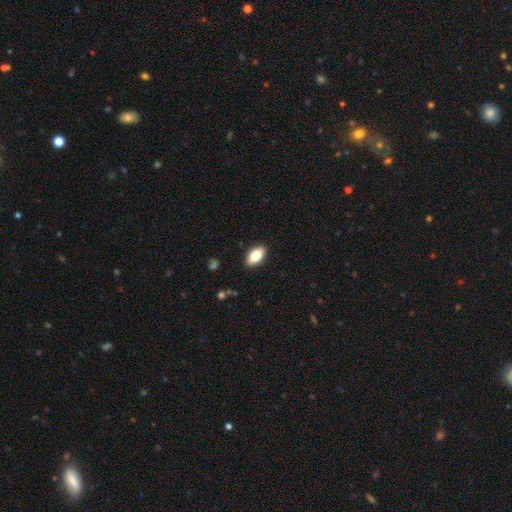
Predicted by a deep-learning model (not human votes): Q: Smooth or featured?
A: smooth (83%); runner-up: featured or disk (10%)
Q: How rounded?
A: in between (92%); runner-up: round (4%)
Q: Merging?
A: none (89%); runner-up: minor disturbance (8%)